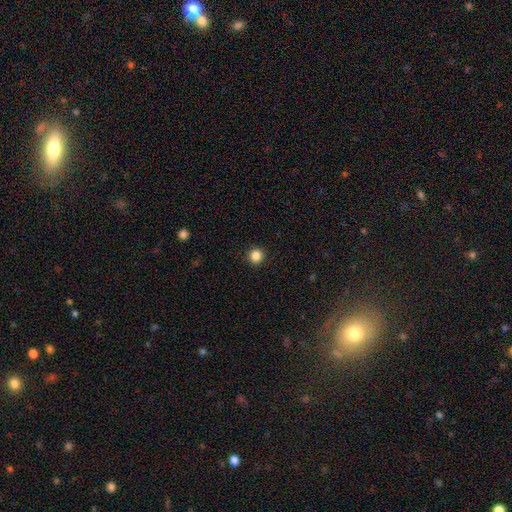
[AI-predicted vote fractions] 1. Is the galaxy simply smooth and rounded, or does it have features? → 85% smooth, 11% star or artifact, 4% featured or disk.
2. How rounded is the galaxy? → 93% round, 6% in between, 1% cigar-shaped.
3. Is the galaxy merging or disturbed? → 93% none, 5% minor disturbance, 2% major disturbance, 1% merger.